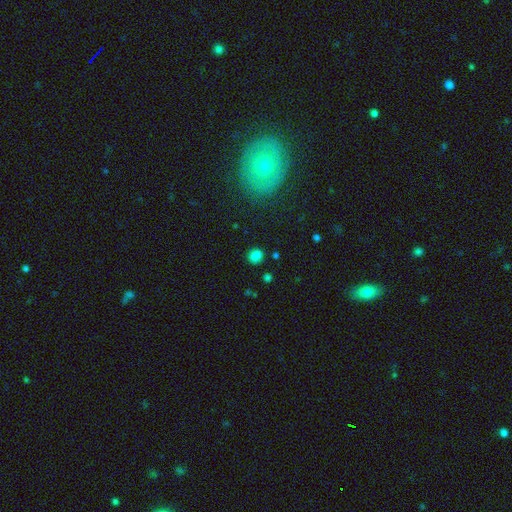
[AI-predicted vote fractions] Smooth or featured?
  - smooth: 80% *
  - star or artifact: 16%
  - featured or disk: 4%
How rounded?
  - round: 81% *
  - in between: 18%
  - cigar-shaped: 1%
Merging?
  - none: 85% *
  - minor disturbance: 10%
  - major disturbance: 3%
  - merger: 2%